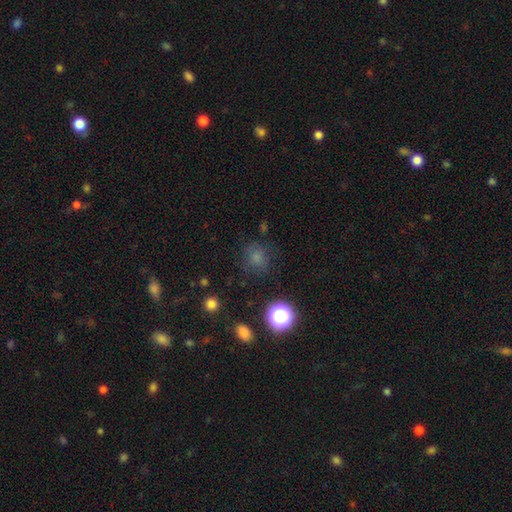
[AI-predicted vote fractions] smooth_or_featured: smooth (p=0.57) [alt: star or artifact p=0.34]
how_rounded: round (p=0.86) [alt: in between p=0.13]
merging: none (p=0.79) [alt: minor disturbance p=0.13]